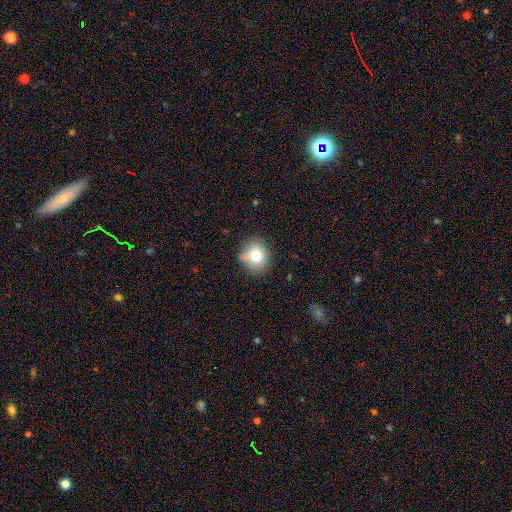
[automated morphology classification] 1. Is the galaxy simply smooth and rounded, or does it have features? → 75% smooth, 13% featured or disk, 12% star or artifact.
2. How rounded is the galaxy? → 77% round, 22% in between, 1% cigar-shaped.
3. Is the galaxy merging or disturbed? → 73% none, 18% minor disturbance, 4% major disturbance, 4% merger.